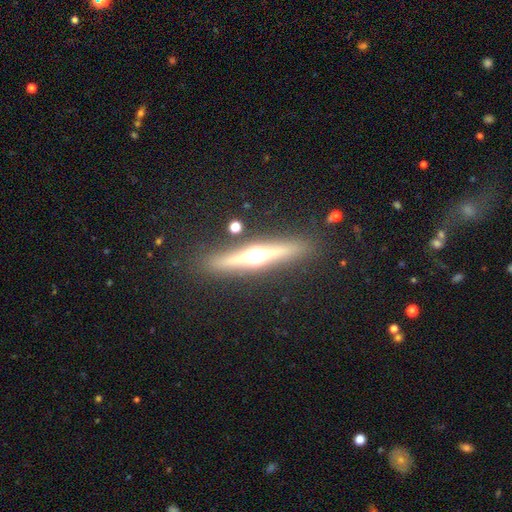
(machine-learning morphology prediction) Overall: featured or disk (75%). Edge-on disk: yes (97%). Edge-on bulge: rounded (95%). Merging: none (87%).